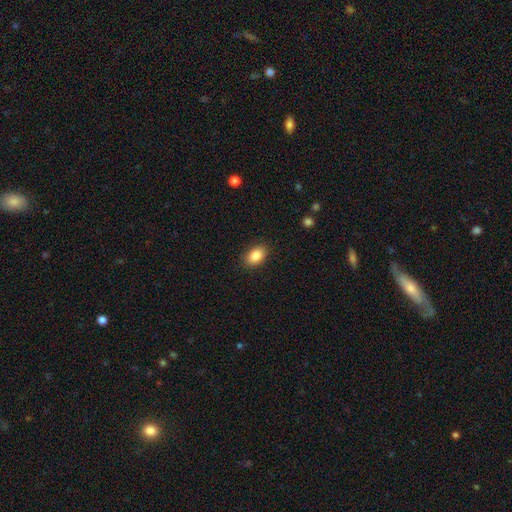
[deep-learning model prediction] A smooth galaxy with no disk features (86%) that is in between round and cigar-shaped (86%).

Vote fractions:
- Smooth or featured? smooth: 86% / star or artifact: 8% / featured or disk: 5%
- How rounded? in between: 86% / round: 13% / cigar-shaped: 1%
- Merging? none: 88% / minor disturbance: 9% / major disturbance: 2% / merger: 1%